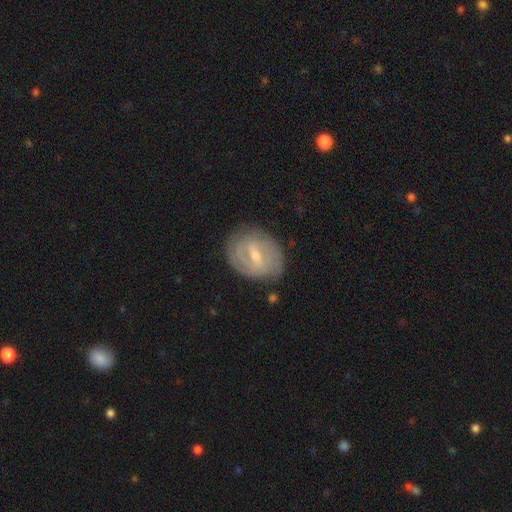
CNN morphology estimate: Smooth or featured? featured or disk (78%)
Edge-on disk? no (96%)
Bar? weak (53%)
Spiral arms? yes (87%)
Spiral winding? tight (66%)
Spiral arm count? 2 (50%)
Bulge size? small (49%)
Merging? none (76%)